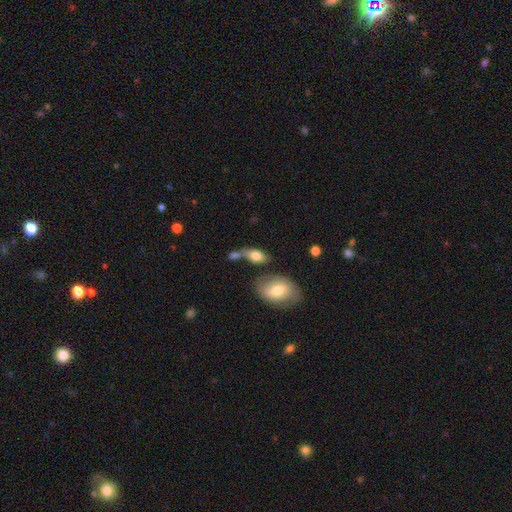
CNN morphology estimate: A smooth galaxy with no disk features (74%) that is in between round and cigar-shaped (84%).

Vote fractions:
- Smooth or featured? smooth: 74% / featured or disk: 18% / star or artifact: 8%
- How rounded? in between: 84% / round: 11% / cigar-shaped: 5%
- Merging? none: 37% / merger: 35% / minor disturbance: 17% / major disturbance: 12%